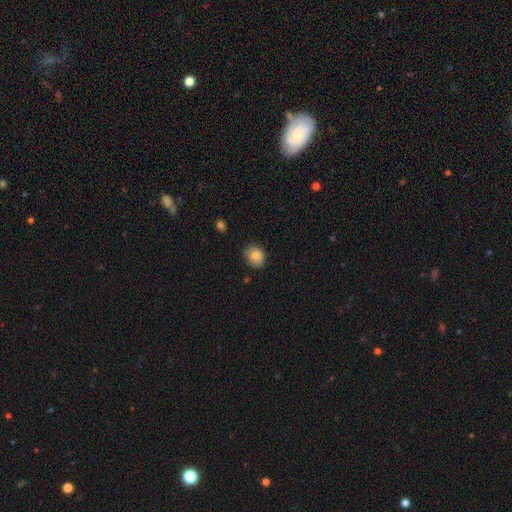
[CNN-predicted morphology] Smooth or featured? Predicted: smooth (p=0.82). How rounded? Predicted: round (p=0.62). Merging? Predicted: none (p=0.78).